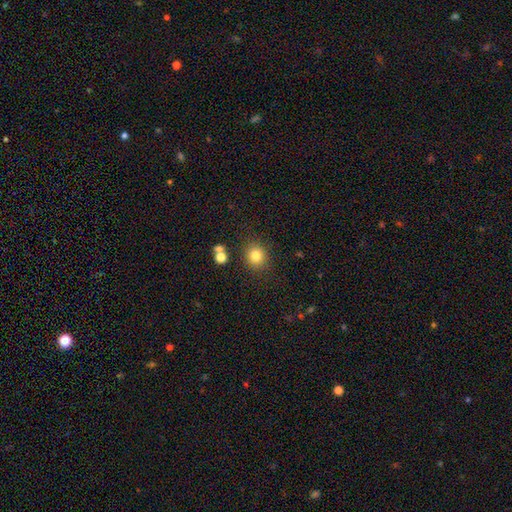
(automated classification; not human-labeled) A smooth galaxy with no disk features (81%) that is round (83%). Merging: none (85%).